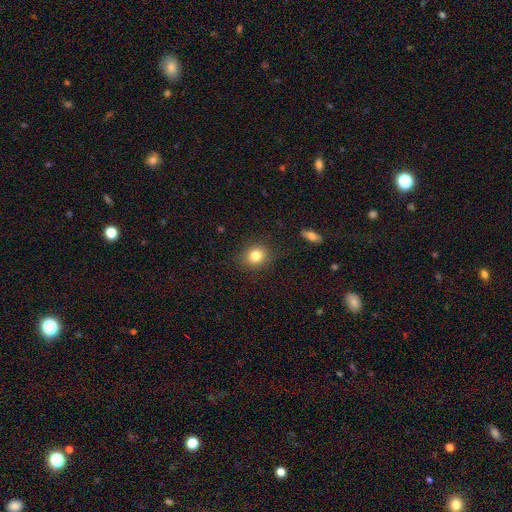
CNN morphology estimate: A smooth galaxy with no disk features (82%) that is round (79%). Merging: none (87%).